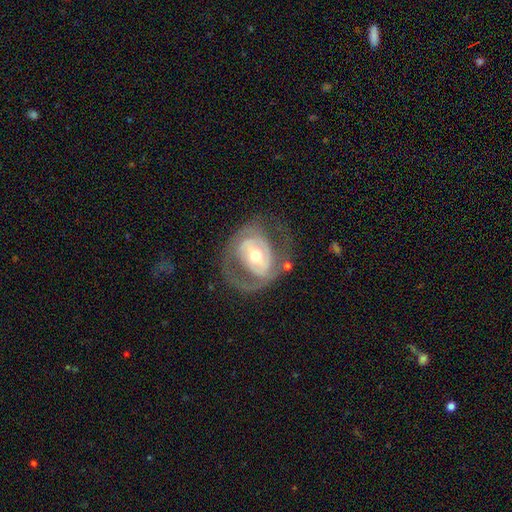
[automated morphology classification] Q: Smooth or featured?
A: featured or disk (77%); runner-up: smooth (18%)
Q: Edge-on disk?
A: no (96%); runner-up: yes (4%)
Q: Bar?
A: no (41%); runner-up: weak (35%)
Q: Spiral arms?
A: yes (67%); runner-up: no (33%)
Q: Bulge size?
A: moderate (65%); runner-up: small (26%)
Q: Merging?
A: none (55%); runner-up: major disturbance (24%)